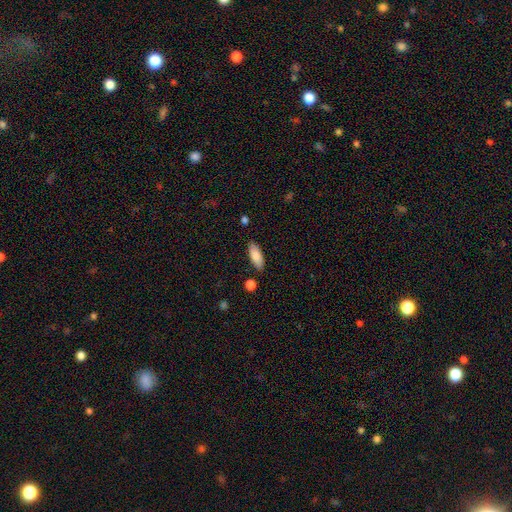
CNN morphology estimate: smooth_or_featured: smooth (p=0.85) [alt: featured or disk p=0.09]
how_rounded: in between (p=0.75) [alt: cigar-shaped p=0.24]
merging: none (p=0.86) [alt: minor disturbance p=0.10]